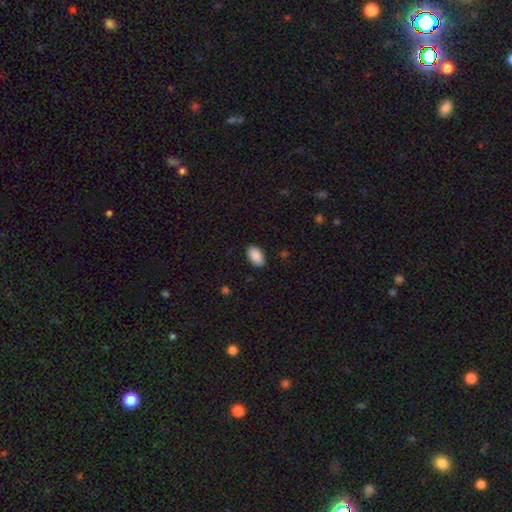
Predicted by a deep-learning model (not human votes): Morphology: type=smooth (90%); roundness=in between (95%); merging=none (88%).